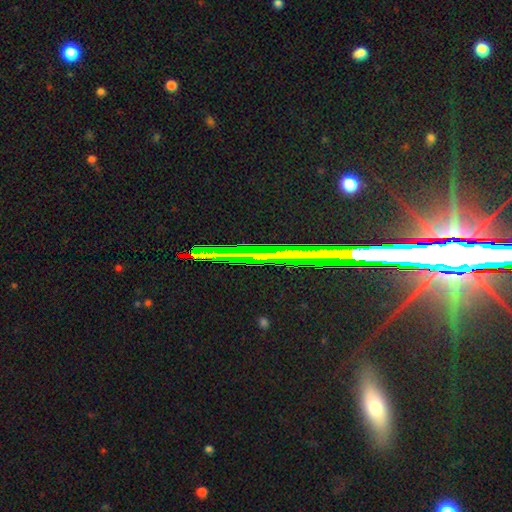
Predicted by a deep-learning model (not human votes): Smooth or featured?
  - star or artifact: 64% *
  - featured or disk: 25%
  - smooth: 11%